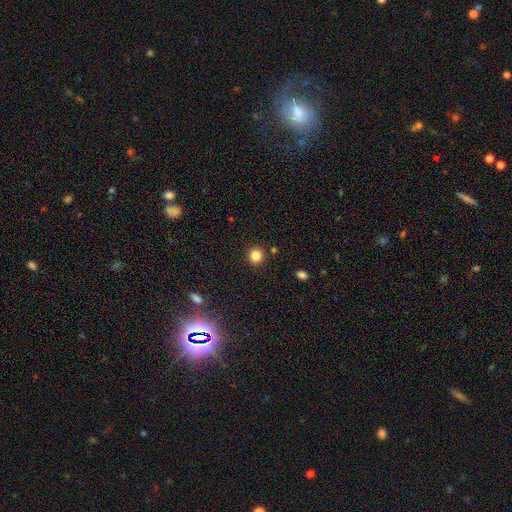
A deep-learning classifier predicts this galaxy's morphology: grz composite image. It shows a smooth galaxy with no disk features (83%) that is round (93%). Merging: none (90%).